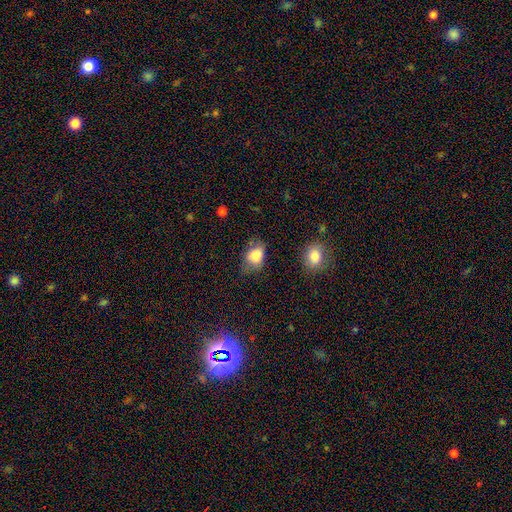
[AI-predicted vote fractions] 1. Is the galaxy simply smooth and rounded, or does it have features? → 82% smooth, 10% featured or disk, 8% star or artifact.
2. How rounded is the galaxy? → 76% in between, 23% round, 1% cigar-shaped.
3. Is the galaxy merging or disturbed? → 51% none, 34% minor disturbance, 12% major disturbance, 3% merger.